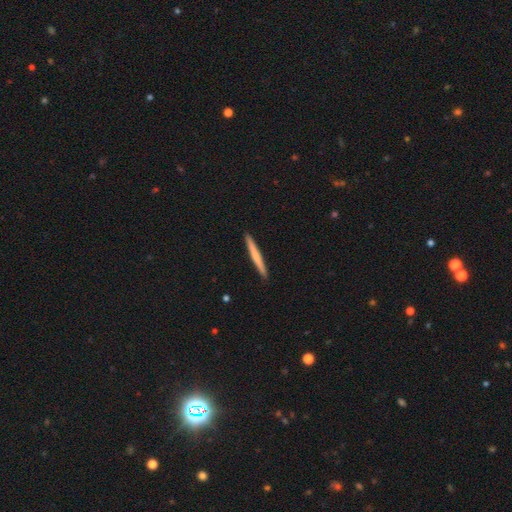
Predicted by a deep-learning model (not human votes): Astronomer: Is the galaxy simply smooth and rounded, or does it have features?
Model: smooth — 61%.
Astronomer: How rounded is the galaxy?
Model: cigar-shaped — 97%.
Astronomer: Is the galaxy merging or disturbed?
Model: none — 93%.